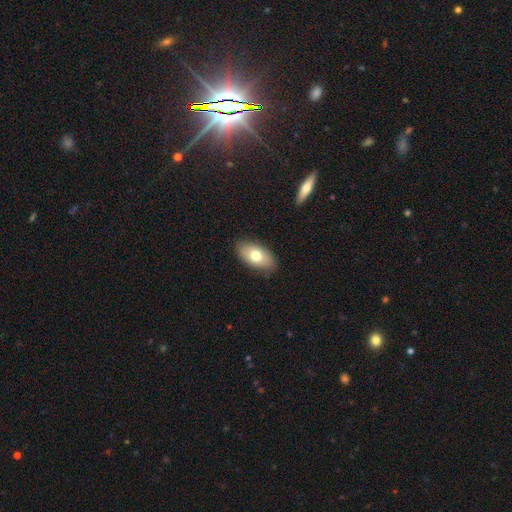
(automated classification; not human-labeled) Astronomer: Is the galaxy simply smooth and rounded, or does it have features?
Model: smooth — 71%.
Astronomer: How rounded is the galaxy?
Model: in between — 93%.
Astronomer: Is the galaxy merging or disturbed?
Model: none — 86%.